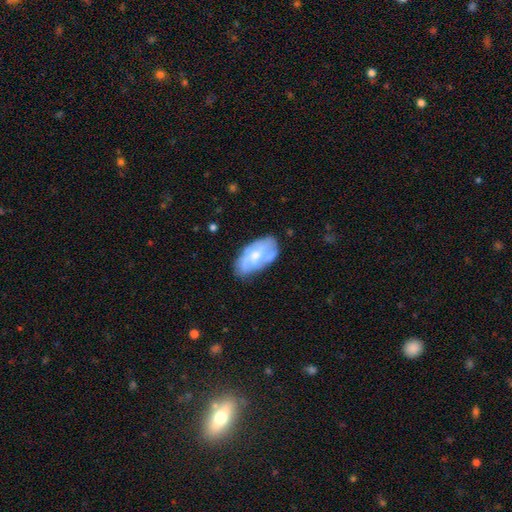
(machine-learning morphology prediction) A featured or disk galaxy (61%) with no bar (61%), spiral arms (70%) and a moderate central bulge (52%). Merging: none (67%).